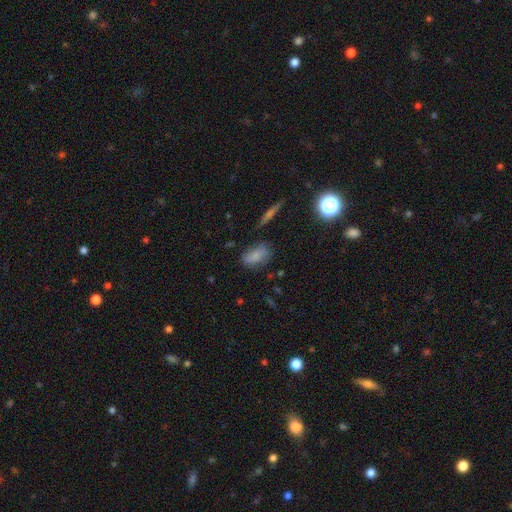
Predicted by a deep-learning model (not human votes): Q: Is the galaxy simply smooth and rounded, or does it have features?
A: smooth — 78%.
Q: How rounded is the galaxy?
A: in between — 86%.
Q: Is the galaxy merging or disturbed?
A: none — 70%.